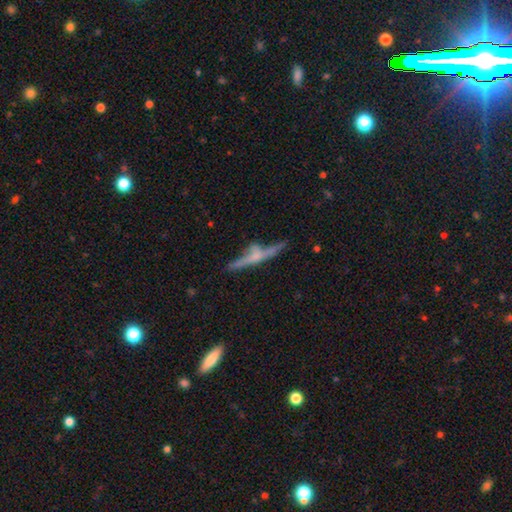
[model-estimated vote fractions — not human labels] Overall: featured or disk (64%; smooth 27%). Edge-on disk: yes (93%). Edge-on bulge: rounded (62%; none 22%). Merging: none (61%).